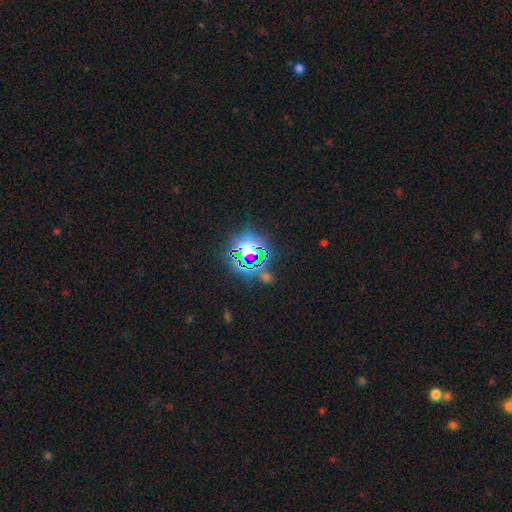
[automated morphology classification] star or artifact 75%, smooth 15%, featured or disk 10%.